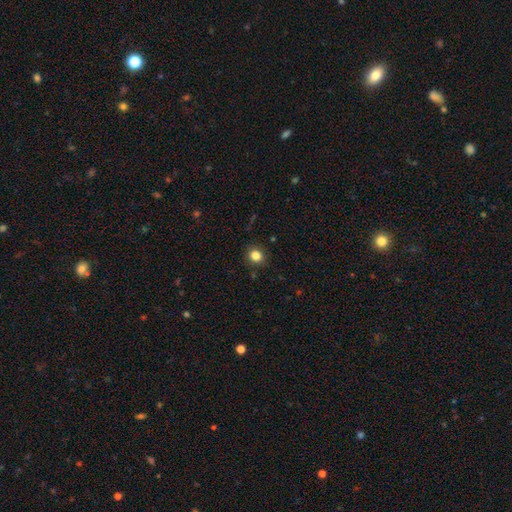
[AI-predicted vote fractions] smooth-or-featured: smooth: 83% | star or artifact: 12% | featured or disk: 5%
  how-rounded: round: 84% | in between: 15% | cigar-shaped: 1%
  merging: none: 88% | minor disturbance: 9% | major disturbance: 2% | merger: 1%